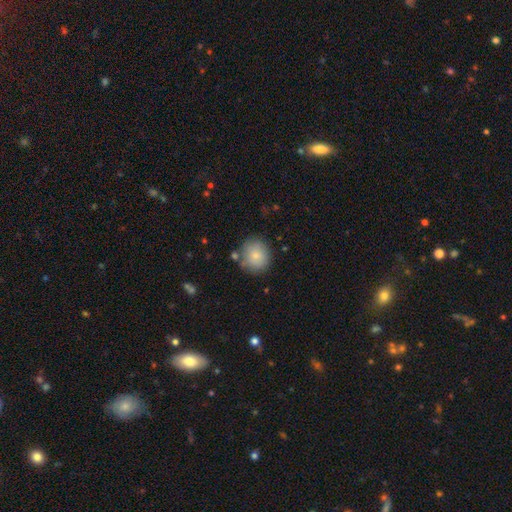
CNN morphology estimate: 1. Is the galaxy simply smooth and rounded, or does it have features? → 83% smooth, 10% featured or disk, 8% star or artifact.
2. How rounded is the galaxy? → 88% round, 11% in between, 1% cigar-shaped.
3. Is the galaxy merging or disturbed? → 78% none, 13% minor disturbance, 5% merger, 4% major disturbance.